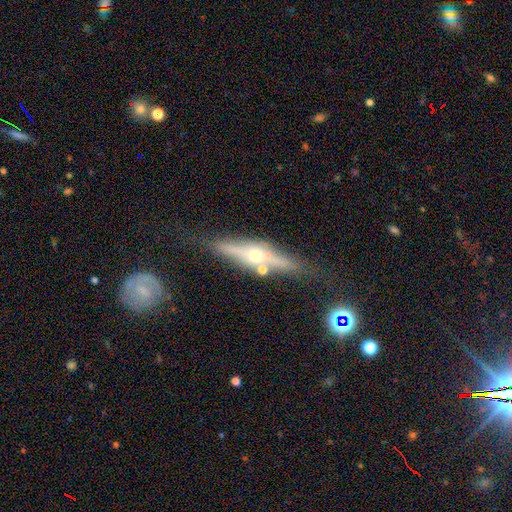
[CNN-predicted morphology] smooth_or_featured: featured or disk (p=0.77) [alt: smooth p=0.16]
disk_edge_on: yes (p=0.94) [alt: no p=0.06]
edge_on_bulge: rounded (p=0.90) [alt: boxy p=0.06]
merging: none (p=0.75) [alt: minor disturbance p=0.15]